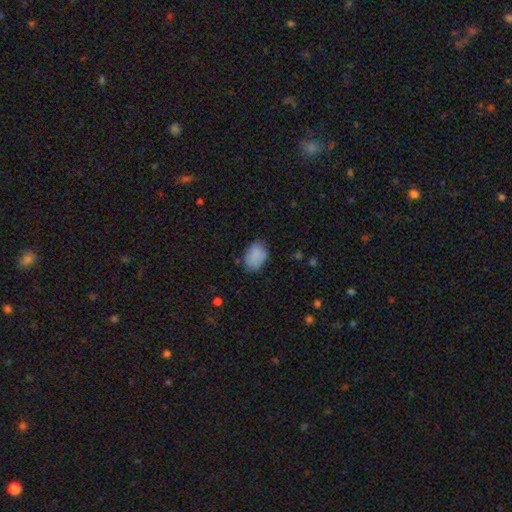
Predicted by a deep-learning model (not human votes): smooth 84%, star or artifact 8%, featured or disk 8%. Down the decision tree: how rounded — in between (77%); merging — none (68%).